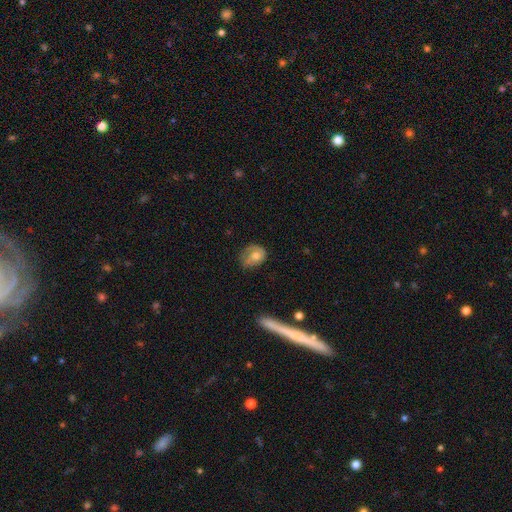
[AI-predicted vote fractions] A smooth galaxy with no disk features (58%) that is round (51%). Merging: none (46%).